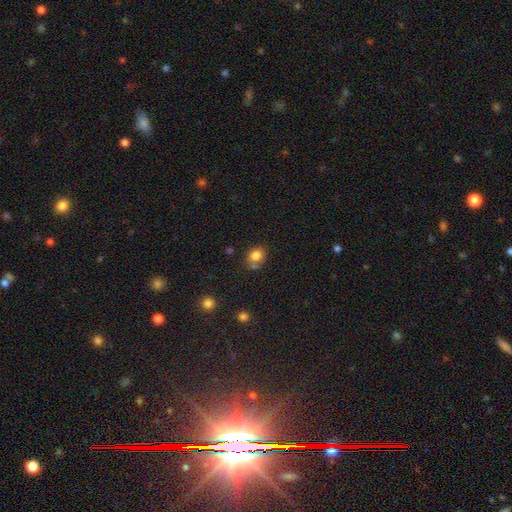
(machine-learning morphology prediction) type=smooth (81%); roundness=round (69%); merging=none (62%).